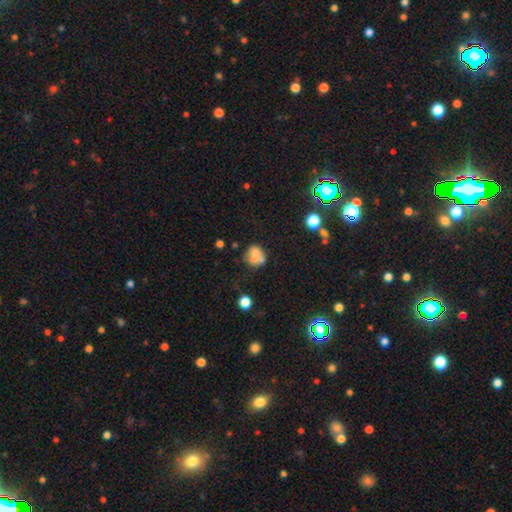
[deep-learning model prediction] This is likely a smooth galaxy (66%). How rounded: likely round (67%). Merging: marginally none (42%).